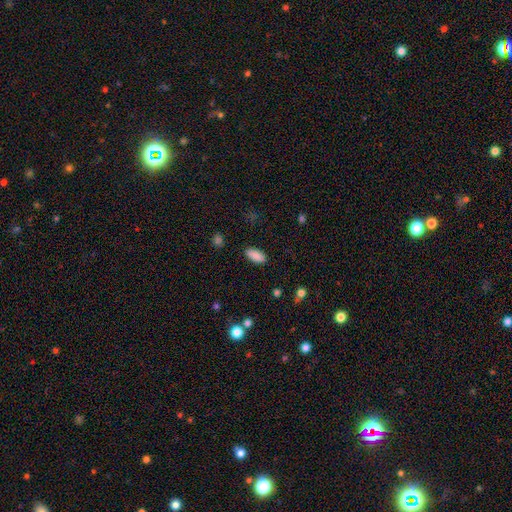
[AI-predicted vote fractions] smooth-or-featured: smooth: 88% | star or artifact: 7% | featured or disk: 4%
  how-rounded: in between: 86% | cigar-shaped: 12% | round: 2%
  merging: none: 87% | minor disturbance: 9% | major disturbance: 2% | merger: 1%